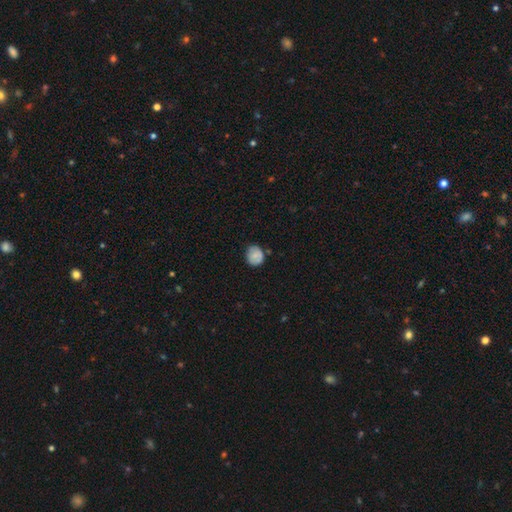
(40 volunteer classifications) smooth 78%, featured or disk 20%, star or artifact 2%. Down the decision tree: how rounded — round (84%); merging — none (77%).